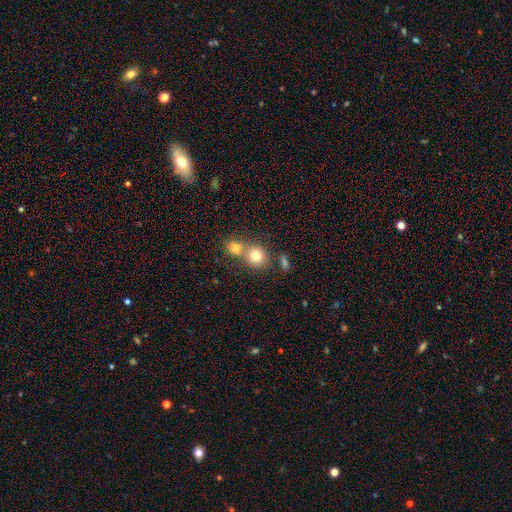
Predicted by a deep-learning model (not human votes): A smooth galaxy with no disk features (78%) that is round (80%). Merging: merger (47%).